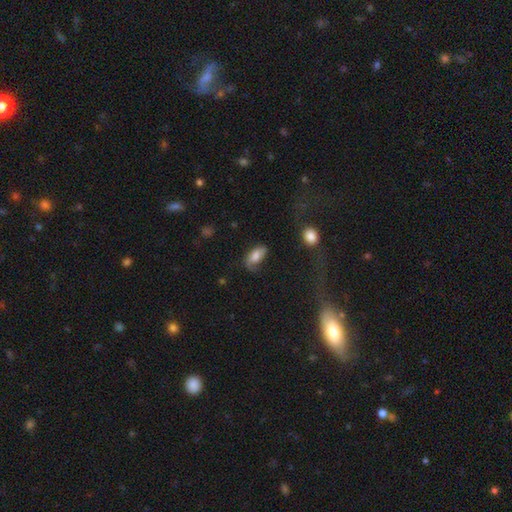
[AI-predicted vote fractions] Smooth or featured: smooth — 68% (featured or disk — 25%)
How rounded: in between — 90% (cigar-shaped — 6%)
Merging: none — 48% (minor disturbance — 30%)